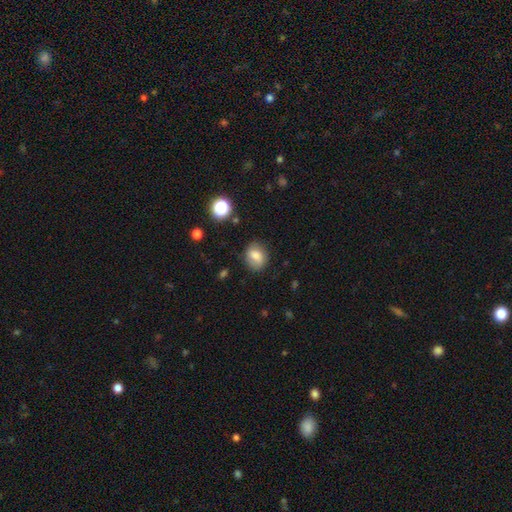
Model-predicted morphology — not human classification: Q: Smooth or featured?
A: smooth (76%); runner-up: featured or disk (13%)
Q: How rounded?
A: in between (53%); runner-up: round (46%)
Q: Merging?
A: none (77%); runner-up: minor disturbance (17%)